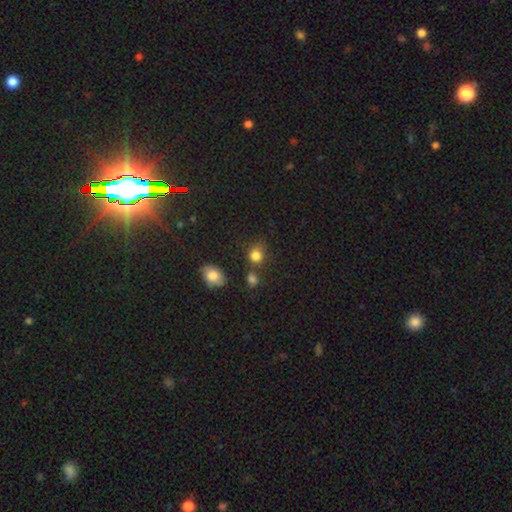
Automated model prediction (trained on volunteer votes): smooth 82%, star or artifact 12%, featured or disk 5%. Down the decision tree: how rounded — round (73%); merging — none (66%).